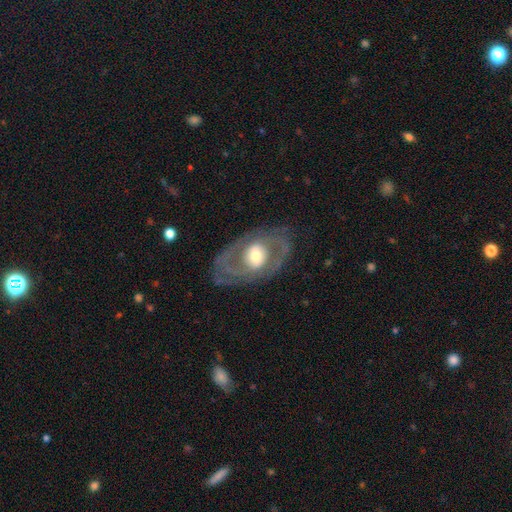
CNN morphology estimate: Overall: featured or disk (77%). Edge-on disk: no (94%). Bar: no (51%; weak 33%). Spiral arms: yes (71%). Spiral arm count: 2 (75%). Spiral winding: medium (45%; tight 37%). Bulge size: moderate (62%). Merging: none (76%).